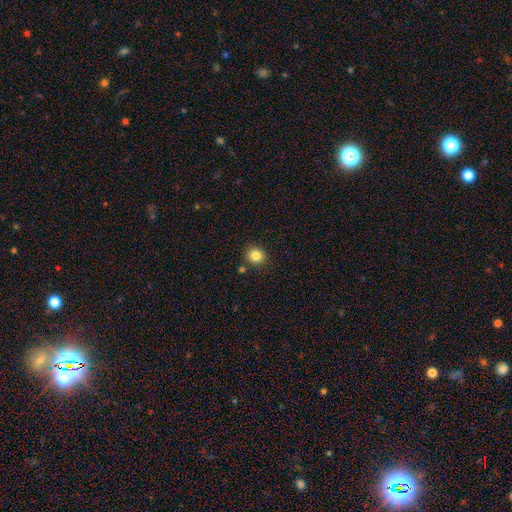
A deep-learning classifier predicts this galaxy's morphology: The model was most divided on "smooth or featured": smooth: 84%, star or artifact: 11%, featured or disk: 5%. More confident: how rounded — round (87%); merging — none (87%).